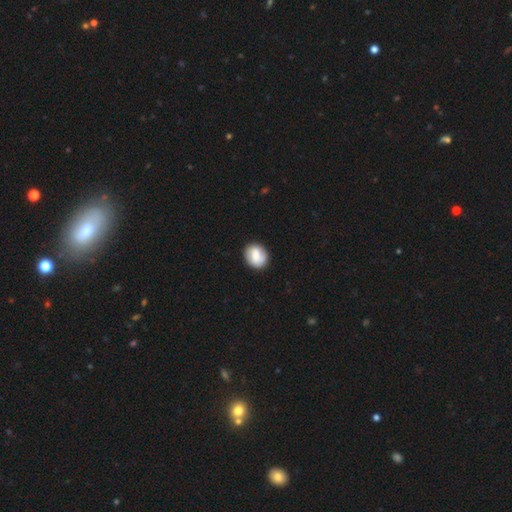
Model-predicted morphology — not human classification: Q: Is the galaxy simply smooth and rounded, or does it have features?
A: smooth — 61%.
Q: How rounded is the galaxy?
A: round — 71%.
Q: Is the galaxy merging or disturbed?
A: none — 83%.